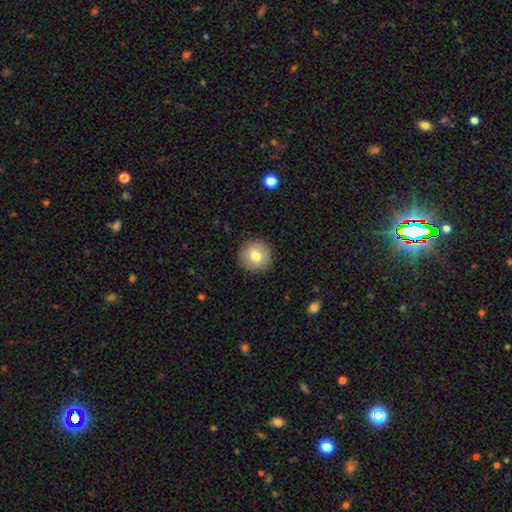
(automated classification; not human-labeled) This appears to be a smooth galaxy with no disk features (75%) that is round (93%). Merging: none (90%).